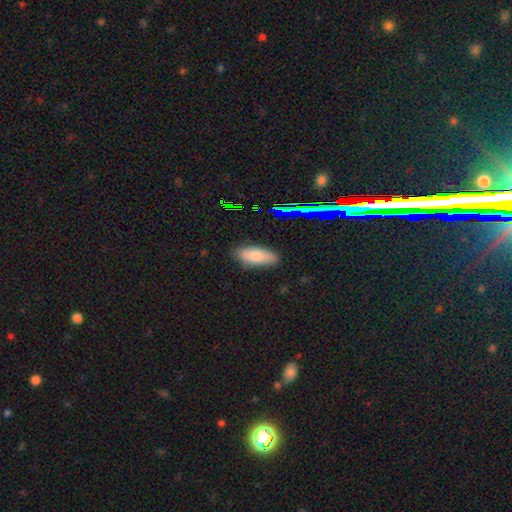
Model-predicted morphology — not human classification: Smooth or featured?
  - smooth: 79% *
  - featured or disk: 11%
  - star or artifact: 10%
How rounded?
  - in between: 78% *
  - cigar-shaped: 19%
  - round: 3%
Merging?
  - none: 81% *
  - minor disturbance: 14%
  - major disturbance: 3%
  - merger: 2%